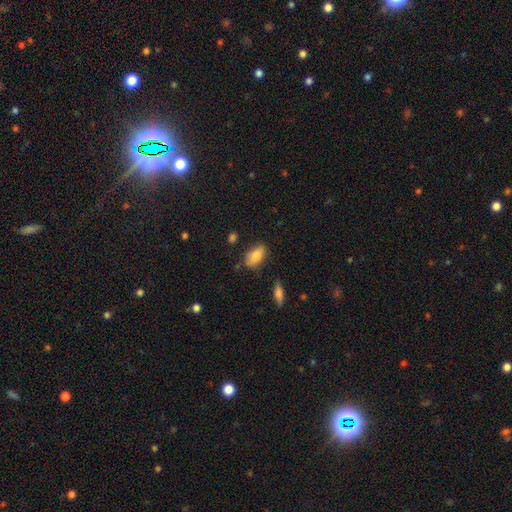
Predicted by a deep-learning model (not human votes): Q: Smooth or featured?
A: smooth (83%); runner-up: featured or disk (10%)
Q: How rounded?
A: in between (90%); runner-up: cigar-shaped (6%)
Q: Merging?
A: none (75%); runner-up: minor disturbance (18%)